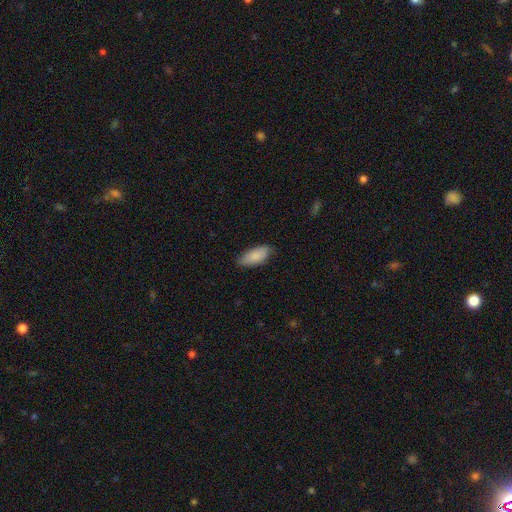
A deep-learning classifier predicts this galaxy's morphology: Smooth or featured?
  - smooth: 86% *
  - featured or disk: 8%
  - star or artifact: 6%
How rounded?
  - in between: 87% *
  - cigar-shaped: 11%
  - round: 2%
Merging?
  - none: 81% *
  - minor disturbance: 15%
  - major disturbance: 3%
  - merger: 1%